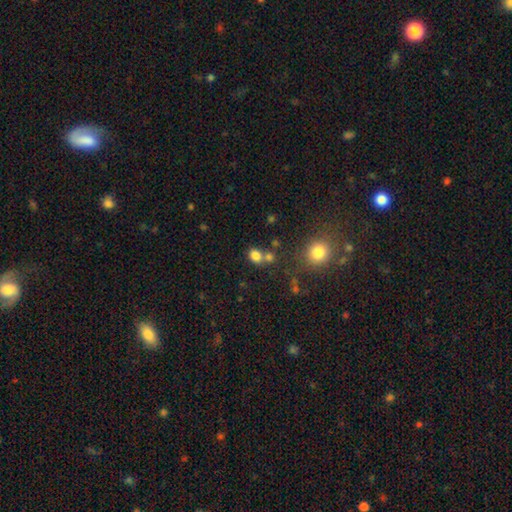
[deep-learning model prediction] The model was most divided on "how rounded": round: 56%, in between: 43%, cigar-shaped: 1%. More confident: smooth or featured — smooth (79%); merging — none (53%).